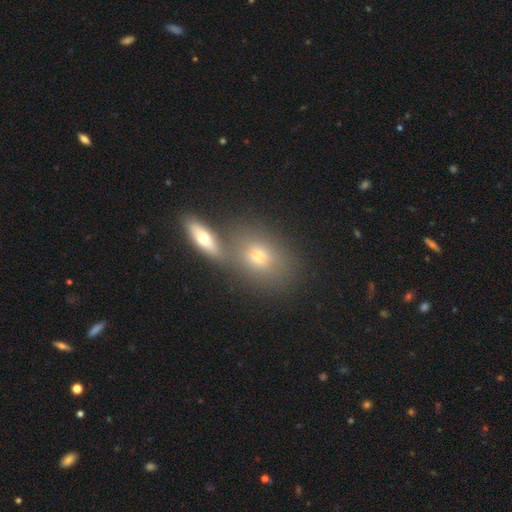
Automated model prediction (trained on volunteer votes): Smooth or featured: smooth — 65% (featured or disk — 22%)
How rounded: in between — 57% (round — 39%)
Merging: none — 49% (merger — 39%)